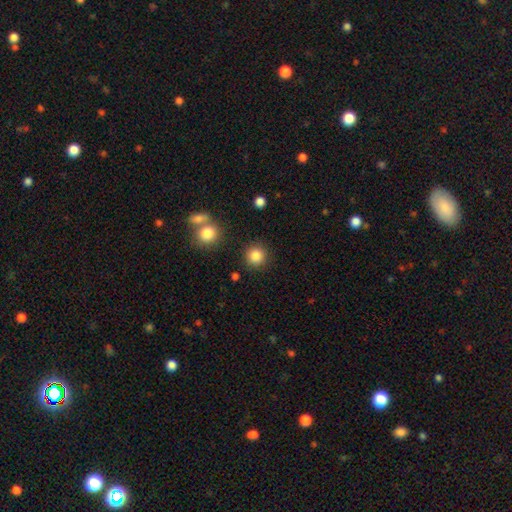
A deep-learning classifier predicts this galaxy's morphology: Smooth or featured: smooth — 86% (star or artifact — 10%)
How rounded: round — 94% (in between — 5%)
Merging: none — 87% (minor disturbance — 6%)